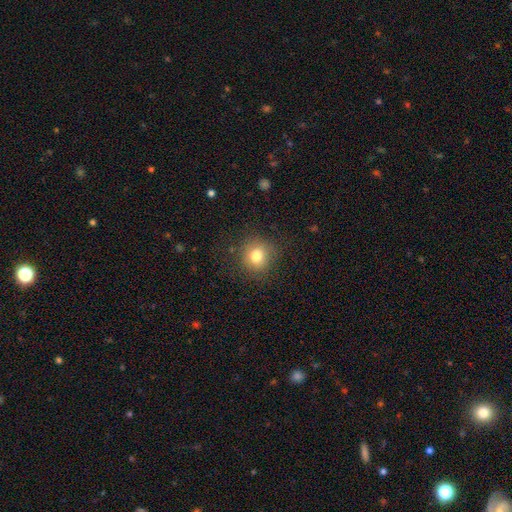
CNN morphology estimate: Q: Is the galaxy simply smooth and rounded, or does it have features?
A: smooth — 79%.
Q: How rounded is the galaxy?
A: round — 88%.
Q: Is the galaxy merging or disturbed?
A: none — 85%.